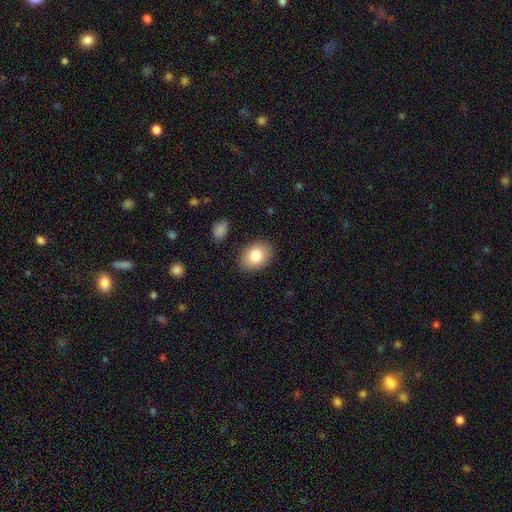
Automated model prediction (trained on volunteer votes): A smooth galaxy with no disk features (82%) that is in between round and cigar-shaped (77%).

Vote fractions:
- Smooth or featured? smooth: 82% / featured or disk: 10% / star or artifact: 8%
- How rounded? in between: 77% / round: 23% / cigar-shaped: 1%
- Merging? none: 86% / minor disturbance: 10% / major disturbance: 2% / merger: 2%